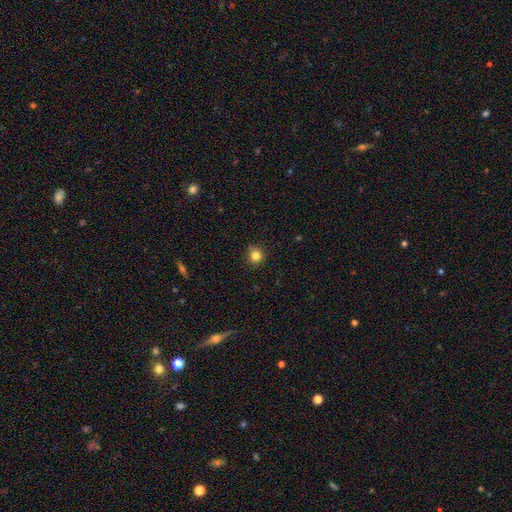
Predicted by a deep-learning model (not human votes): Q: Smooth or featured?
A: smooth (81%); runner-up: star or artifact (13%)
Q: How rounded?
A: round (92%); runner-up: in between (7%)
Q: Merging?
A: none (84%); runner-up: minor disturbance (10%)